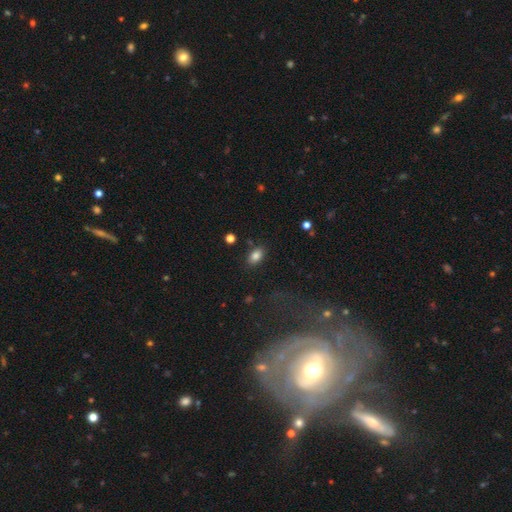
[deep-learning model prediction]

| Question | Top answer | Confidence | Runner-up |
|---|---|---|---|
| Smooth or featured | smooth | 84% | star or artifact (9%) |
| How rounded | in between | 89% | round (9%) |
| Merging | none | 83% | minor disturbance (11%) |